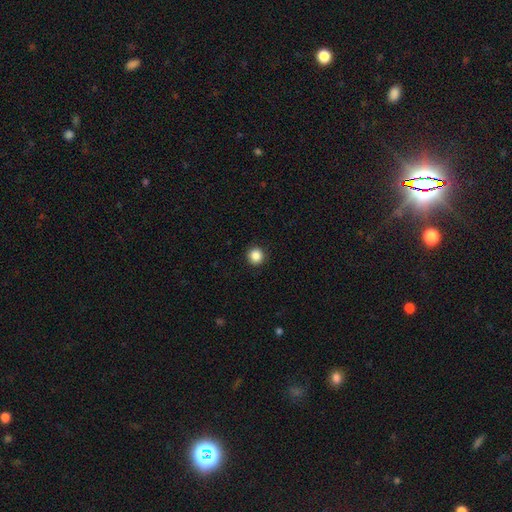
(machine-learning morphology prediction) The model was most divided on "smooth or featured": smooth: 86%, star or artifact: 10%, featured or disk: 4%. More confident: how rounded — round (94%); merging — none (92%).